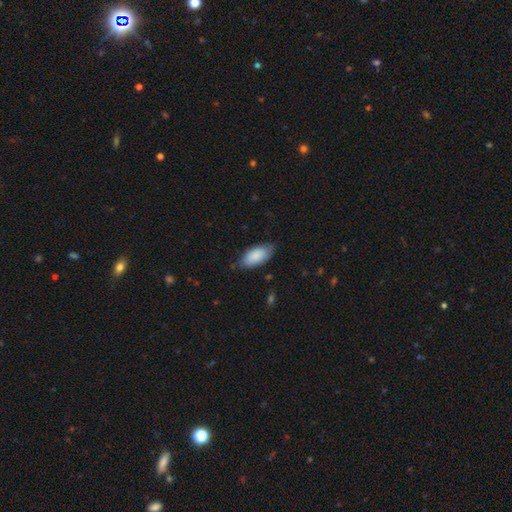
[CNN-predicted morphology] smooth 87%, featured or disk 8%, star or artifact 6%. Down the decision tree: how rounded — in between (91%); merging — none (71%).